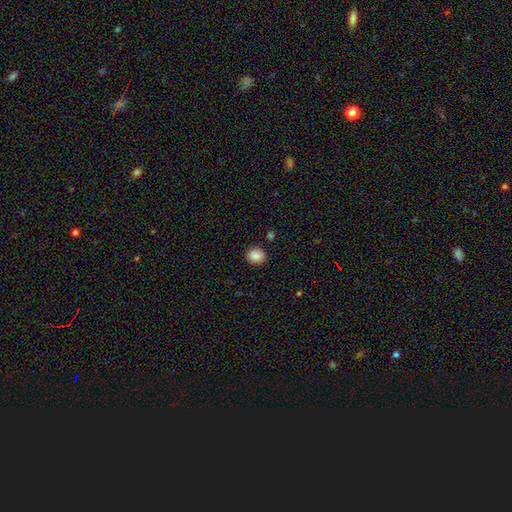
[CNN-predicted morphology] Smooth or featured?
  - smooth: 88% *
  - star or artifact: 9%
  - featured or disk: 3%
How rounded?
  - round: 65% *
  - in between: 34%
  - cigar-shaped: 1%
Merging?
  - none: 88% *
  - minor disturbance: 8%
  - major disturbance: 2%
  - merger: 2%